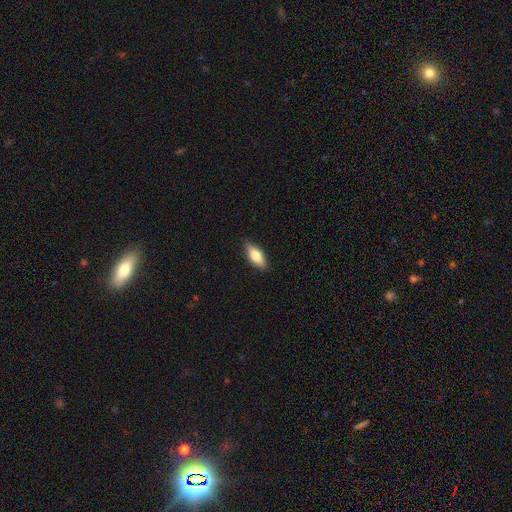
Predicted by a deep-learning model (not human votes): A smooth galaxy with no disk features (73%) that is in between round and cigar-shaped (76%).

Vote fractions:
- Smooth or featured? smooth: 73% / featured or disk: 21% / star or artifact: 6%
- How rounded? in between: 76% / cigar-shaped: 21% / round: 3%
- Merging? none: 85% / minor disturbance: 11% / major disturbance: 2% / merger: 1%